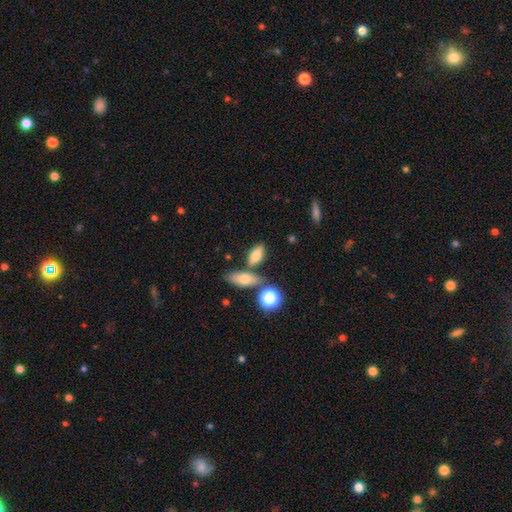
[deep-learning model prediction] Smooth or featured: smooth — 77% (featured or disk — 13%)
How rounded: in between — 81% (cigar-shaped — 12%)
Merging: none — 64% (merger — 20%)